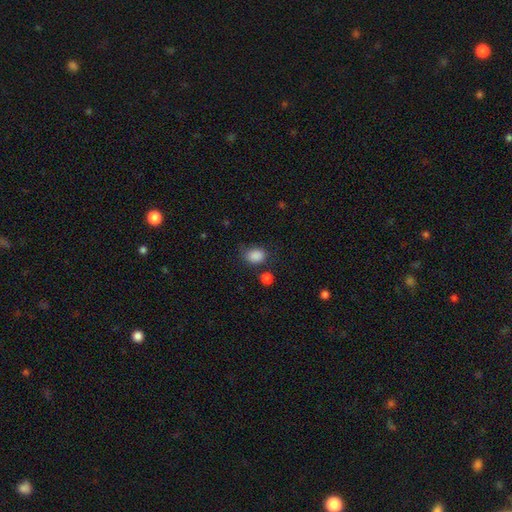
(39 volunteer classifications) Overall: smooth (90%). How rounded: in between (74%). Merging: none (75%).